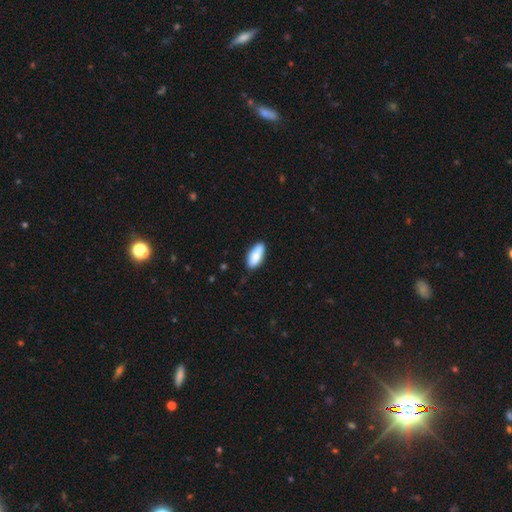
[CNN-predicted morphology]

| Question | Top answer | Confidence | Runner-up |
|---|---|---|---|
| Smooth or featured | smooth | 86% | featured or disk (8%) |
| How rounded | in between | 81% | cigar-shaped (17%) |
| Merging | none | 82% | minor disturbance (15%) |